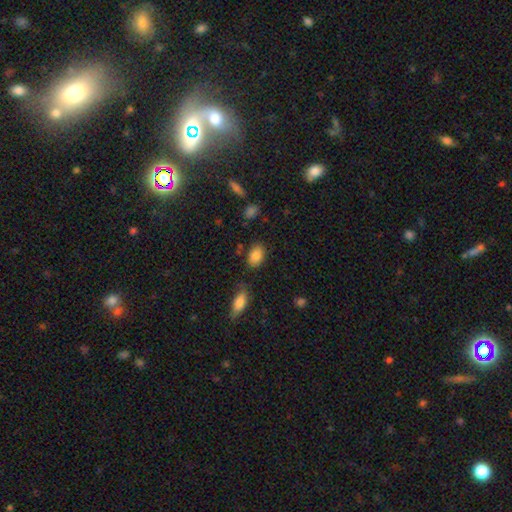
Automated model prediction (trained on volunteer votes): This is clearly a smooth galaxy (86%). How rounded: clearly in between (87%). Merging: likely none (79%).